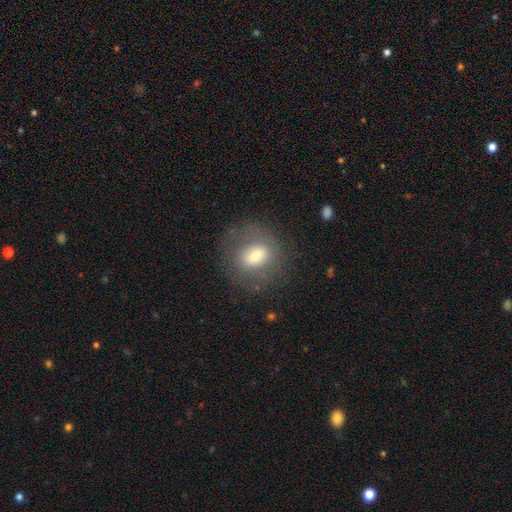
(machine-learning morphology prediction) Smooth or featured? Predicted: smooth (p=0.65). How rounded? Predicted: round (p=0.53). Merging? Predicted: none (p=0.74).